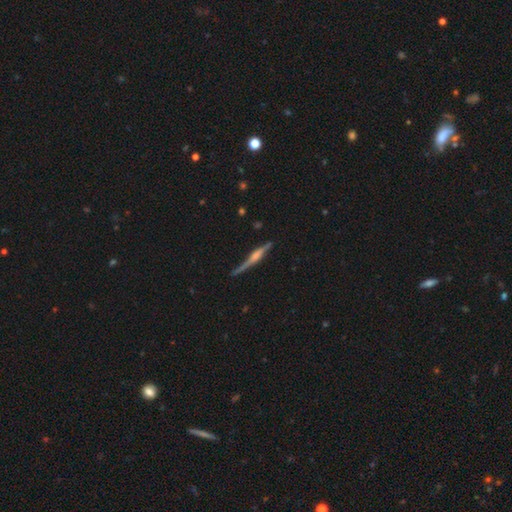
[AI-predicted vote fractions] A featured or disk galaxy (74%) viewed edge-on (97%) with a rounded central bulge (67%). Merging: none (77%).